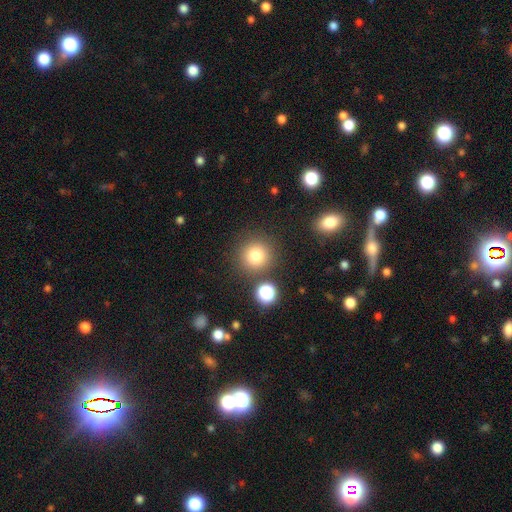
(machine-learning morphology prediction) A smooth galaxy with no disk features (79%) that is round (94%).

Vote fractions:
- Smooth or featured? smooth: 79% / star or artifact: 14% / featured or disk: 7%
- How rounded? round: 94% / in between: 5% / cigar-shaped: 1%
- Merging? none: 83% / minor disturbance: 8% / merger: 6% / major disturbance: 3%